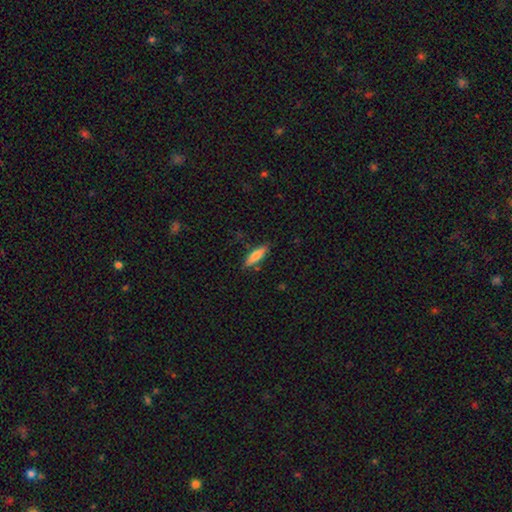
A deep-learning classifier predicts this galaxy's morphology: type=smooth (76%); roundness=cigar-shaped (58%); merging=none (81%).